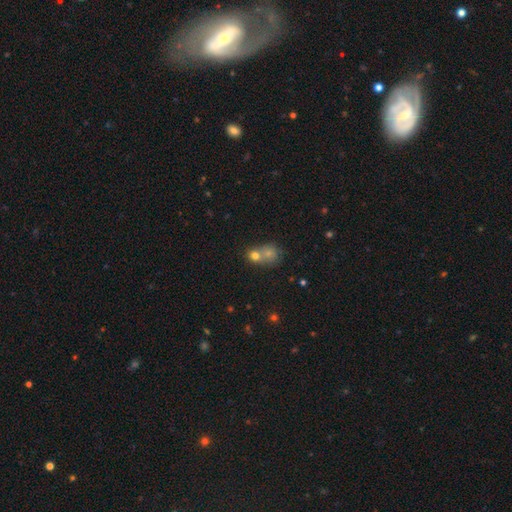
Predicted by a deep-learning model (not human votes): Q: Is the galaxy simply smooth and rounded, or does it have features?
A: smooth — 73%.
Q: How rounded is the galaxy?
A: round — 70%.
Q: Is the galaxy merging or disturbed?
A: merger — 65%.